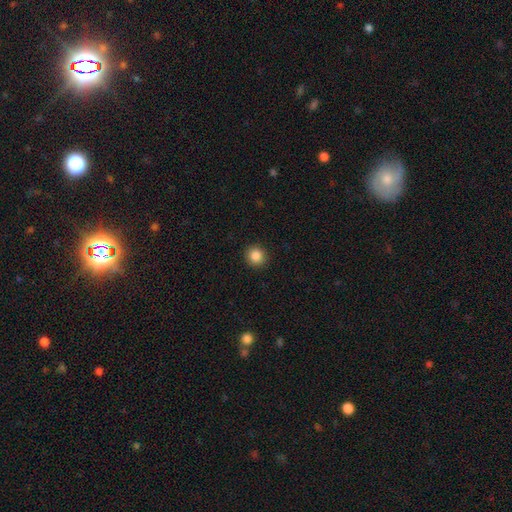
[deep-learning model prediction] This appears to be a smooth galaxy with no disk features (86%) that is round (91%). Merging: none (92%).